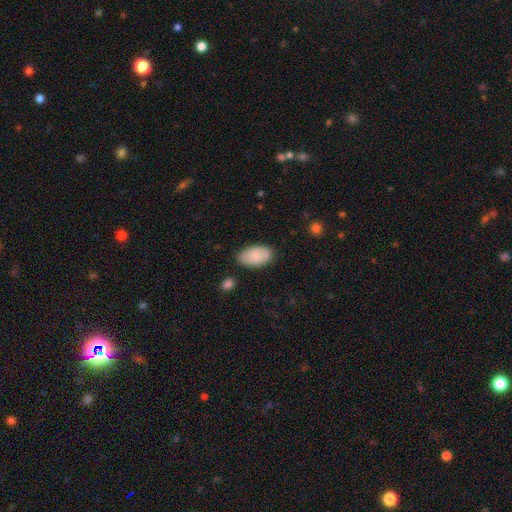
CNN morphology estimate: A smooth galaxy with no disk features (79%) that is in between round and cigar-shaped (94%).

Vote fractions:
- Smooth or featured? smooth: 79% / featured or disk: 14% / star or artifact: 6%
- How rounded? in between: 94% / round: 4% / cigar-shaped: 2%
- Merging? none: 78% / minor disturbance: 17% / major disturbance: 3% / merger: 2%